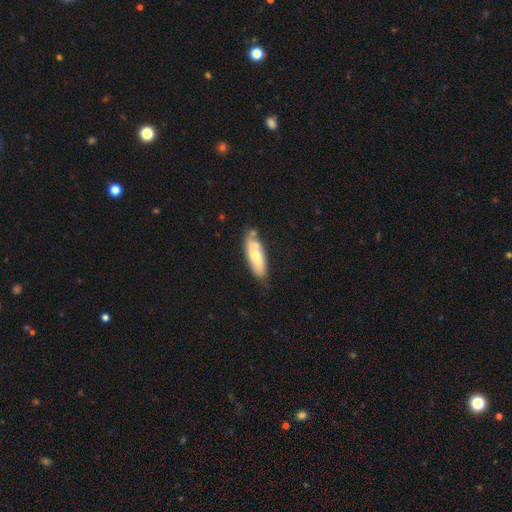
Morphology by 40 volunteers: type=smooth (65%); roundness=in between (62%); merging=none (49%).